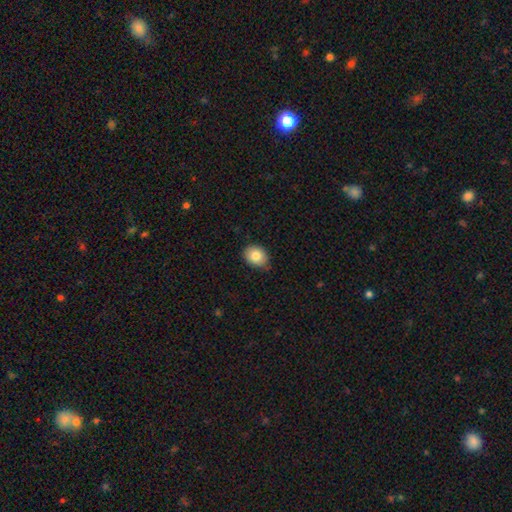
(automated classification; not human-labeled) This is clearly a smooth galaxy (82%). How rounded: possibly in between (56%). Merging: likely none (78%).